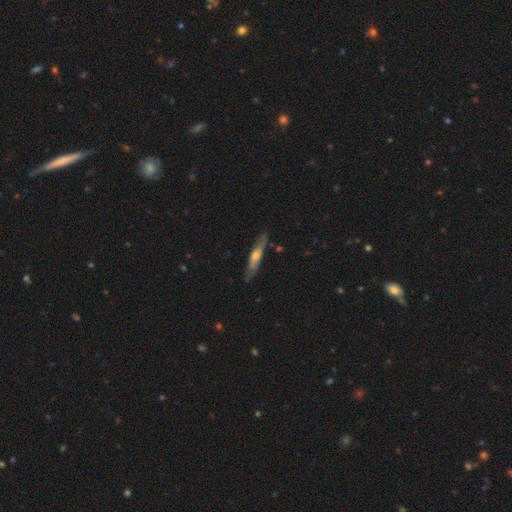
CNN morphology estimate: Smooth or featured? Predicted: featured or disk (p=0.56). Edge-on disk? Predicted: yes (p=0.79). Merging? Predicted: none (p=0.77).